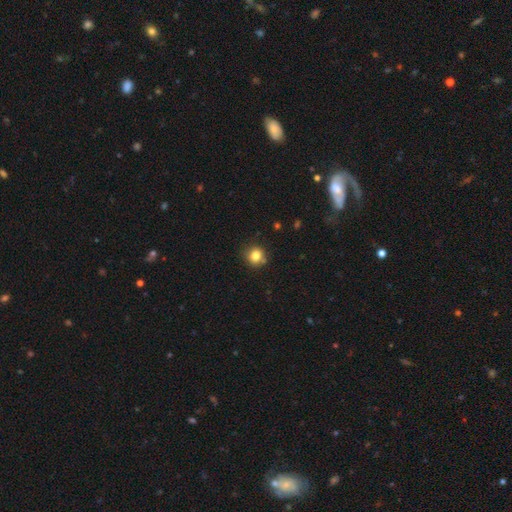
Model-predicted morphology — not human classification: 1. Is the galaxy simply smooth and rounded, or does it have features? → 82% smooth, 11% star or artifact, 6% featured or disk.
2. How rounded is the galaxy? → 88% round, 11% in between, 1% cigar-shaped.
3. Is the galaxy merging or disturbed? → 80% none, 13% minor disturbance, 4% merger, 3% major disturbance.